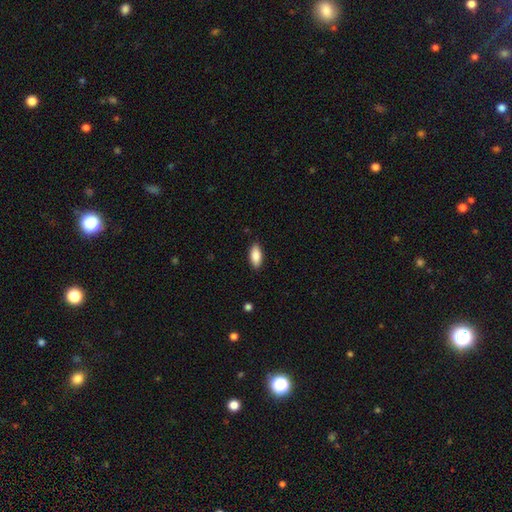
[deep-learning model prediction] This is clearly a smooth galaxy (88%). How rounded: clearly in between (86%). Merging: clearly none (87%).